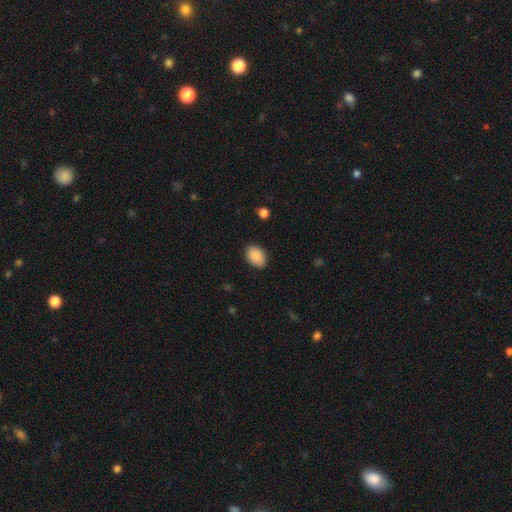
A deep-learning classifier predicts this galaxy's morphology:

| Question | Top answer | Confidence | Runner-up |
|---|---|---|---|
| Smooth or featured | smooth | 90% | star or artifact (7%) |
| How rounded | in between | 86% | round (13%) |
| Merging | none | 86% | minor disturbance (10%) |